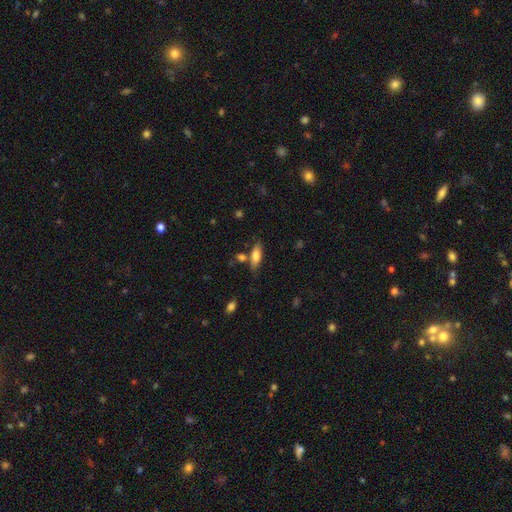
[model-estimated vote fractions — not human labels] Morphology: type=smooth (74%); roundness=in between (67%); merging=none (69%).